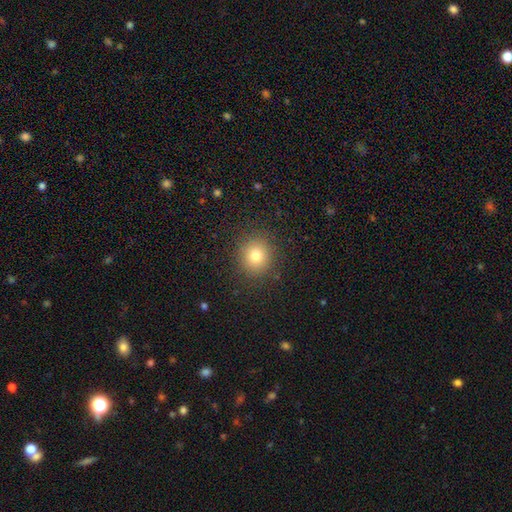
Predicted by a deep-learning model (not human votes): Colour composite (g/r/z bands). It shows a smooth galaxy with no disk features (78%) that is round (88%). Merging: none (89%).